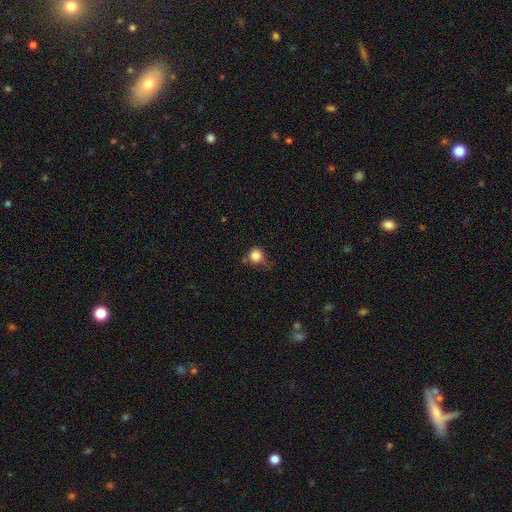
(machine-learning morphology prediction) This appears to be a smooth galaxy with no disk features (83%) that is round (87%). Merging: none (55%).